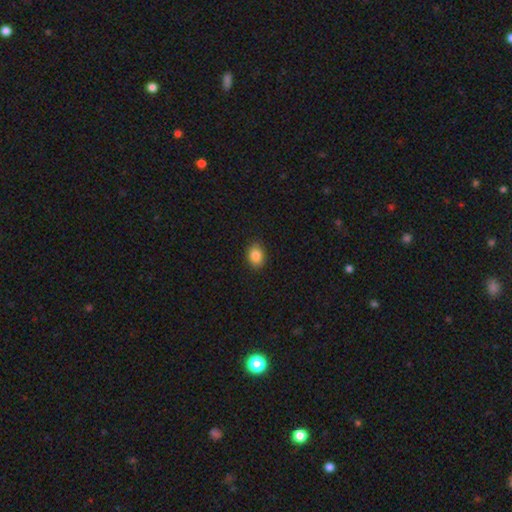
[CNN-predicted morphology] Smooth or featured? smooth (86%)
How rounded? in between (64%)
Merging? none (89%)